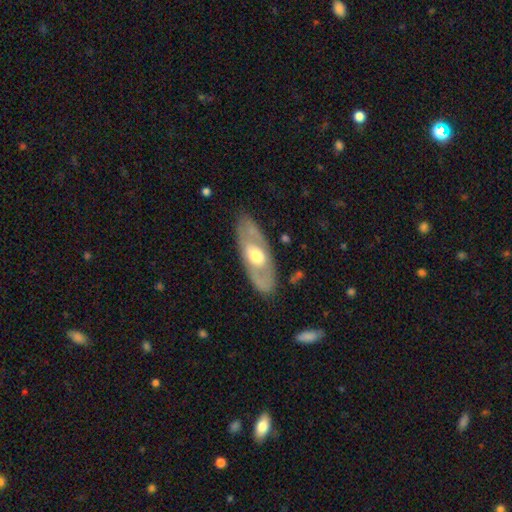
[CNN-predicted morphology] featured or disk 59%, smooth 36%, star or artifact 5%. Down the decision tree: edge-on disk — no (80%); merging — none (80%).